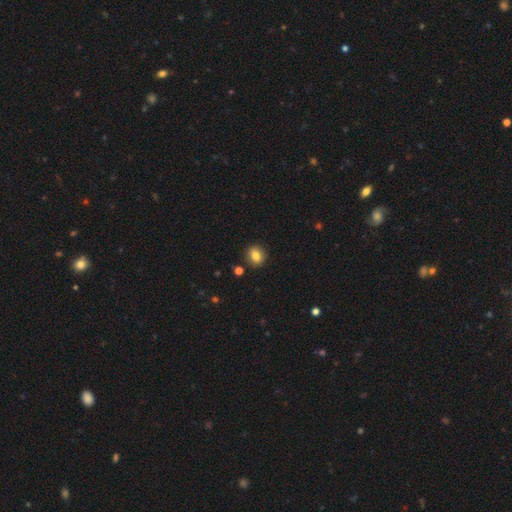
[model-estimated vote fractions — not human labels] Smooth or featured? smooth (81%)
How rounded? round (68%)
Merging? none (88%)